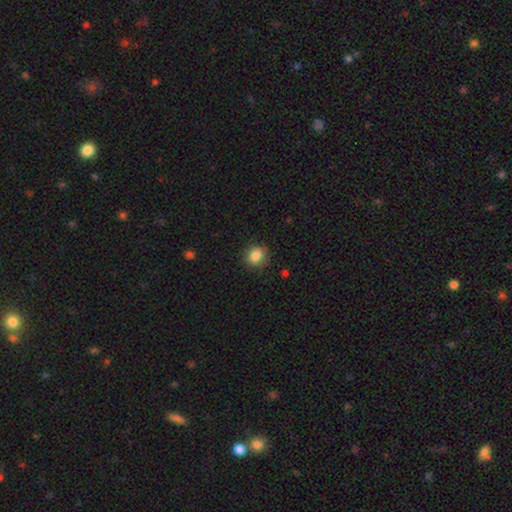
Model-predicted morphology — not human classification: This appears to be a smooth galaxy with no disk features (86%) that is round (63%). Merging: none (83%).